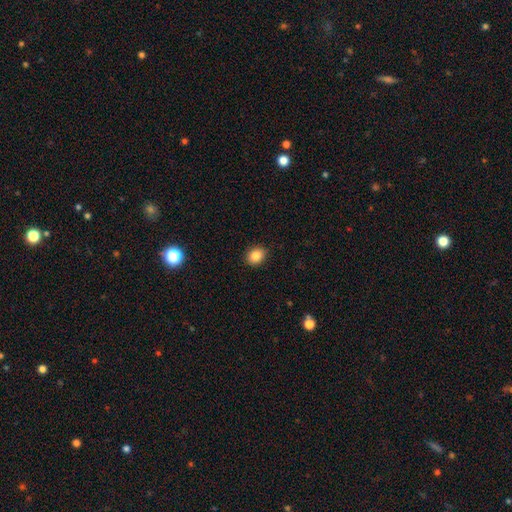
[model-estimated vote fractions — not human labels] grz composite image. It shows a smooth galaxy with no disk features (86%) that is in between round and cigar-shaped (51%). Merging: none (90%).